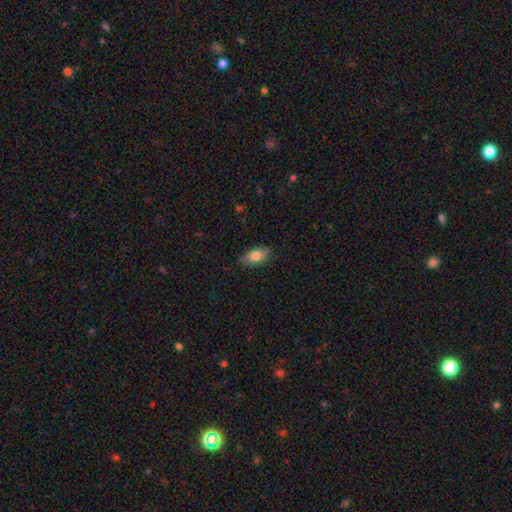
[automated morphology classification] type=smooth (82%); roundness=in between (91%); merging=none (84%).